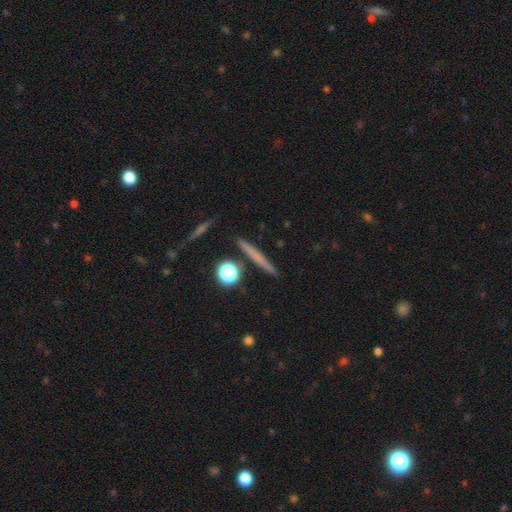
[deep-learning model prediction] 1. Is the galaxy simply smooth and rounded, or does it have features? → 51% smooth, 38% featured or disk, 10% star or artifact.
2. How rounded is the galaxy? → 86% cigar-shaped, 9% round, 5% in between.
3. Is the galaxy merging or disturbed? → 89% none, 6% minor disturbance, 3% merger, 2% major disturbance.